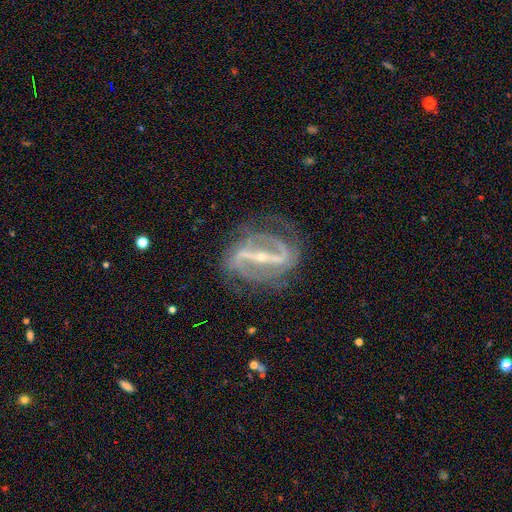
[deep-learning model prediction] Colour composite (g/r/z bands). It shows a featured or disk galaxy (88%) with a strong bar (84%), 2 (75%) medium (45%) spiral arms (92%) and a small central bulge (72%). Merging: none (72%).